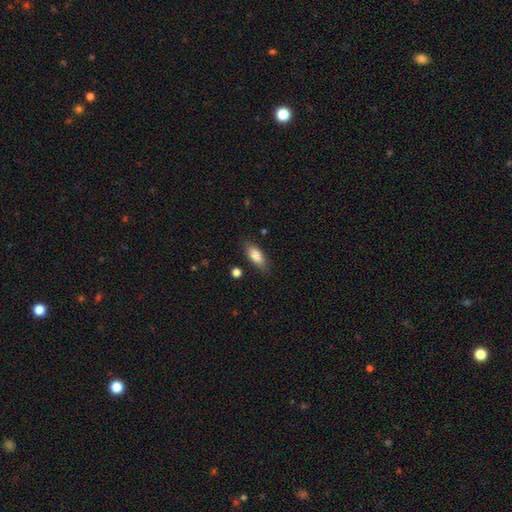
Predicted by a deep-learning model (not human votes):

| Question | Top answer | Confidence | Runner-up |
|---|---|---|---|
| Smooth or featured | smooth | 83% | featured or disk (10%) |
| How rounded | in between | 78% | cigar-shaped (20%) |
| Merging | none | 83% | minor disturbance (12%) |